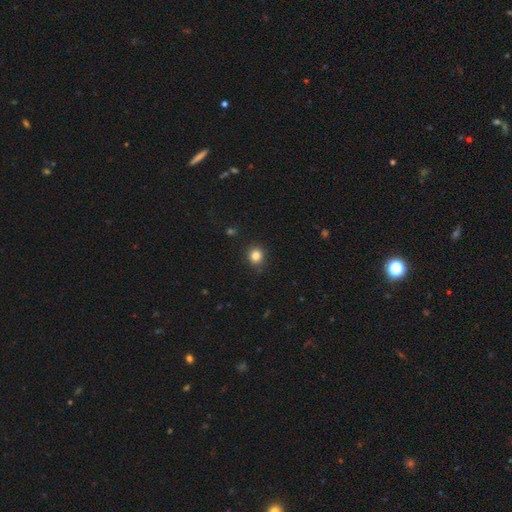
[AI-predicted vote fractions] This appears to be a smooth galaxy with no disk features (83%) that is round (82%). Merging: none (87%).